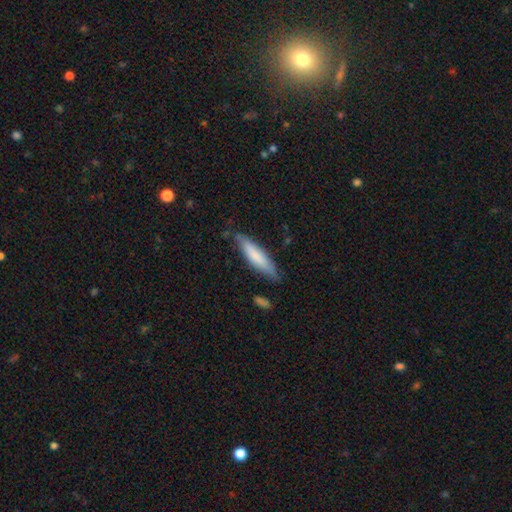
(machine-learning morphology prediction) This appears to be a smooth galaxy with no disk features (74%) that is cigar-shaped (79%). Merging: none (79%).